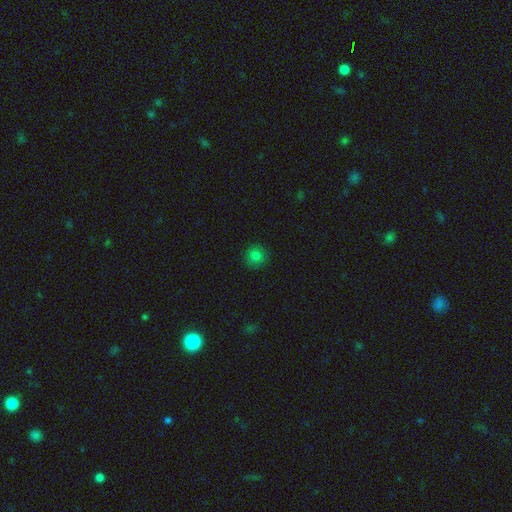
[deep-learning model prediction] The model was most divided on "smooth or featured": smooth: 80%, star or artifact: 13%, featured or disk: 7%. More confident: how rounded — round (93%); merging — none (89%).